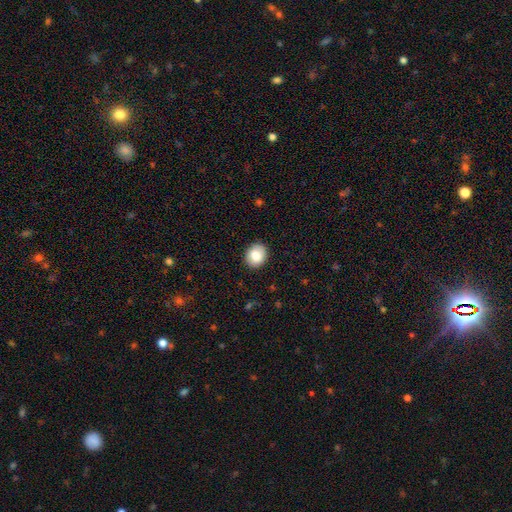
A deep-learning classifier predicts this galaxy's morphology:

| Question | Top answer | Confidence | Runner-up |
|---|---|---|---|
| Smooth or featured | smooth | 83% | featured or disk (9%) |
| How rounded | round | 63% | in between (37%) |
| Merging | none | 90% | minor disturbance (7%) |